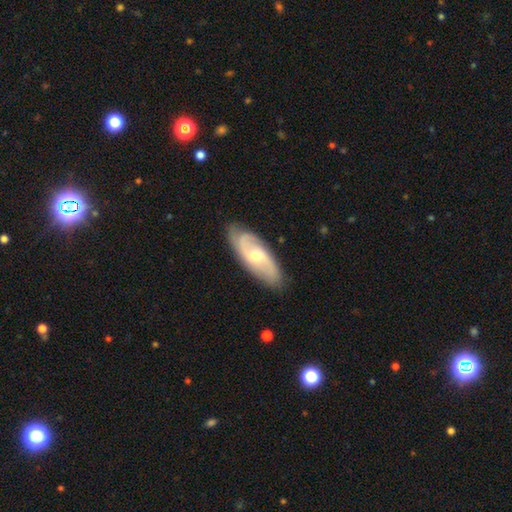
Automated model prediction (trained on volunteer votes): smooth-or-featured: featured or disk: 73% | smooth: 22% | star or artifact: 5%
  disk-edge-on: no: 88% | yes: 12%
    bar: no: 53% | weak: 40% | strong: 7%
    has-spiral-arms: yes: 92% | no: 8%
      spiral-winding: medium: 44% | tight: 29% | loose: 27%
      spiral-arm-count: 2: 63% | can't tell: 18% | 3: 11% | 1: 3% | 4: 3% | more than 4: 2%
    bulge-size: moderate: 58% | small: 37% | large: 3% | none: 1% | dominant: 1%
  merging: none: 82% | minor disturbance: 14% | major disturbance: 3% | merger: 1%